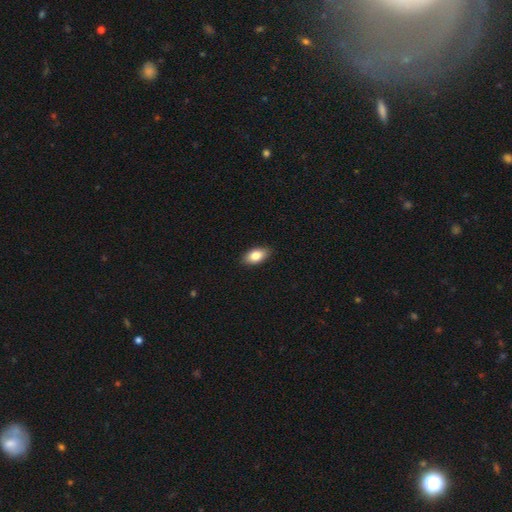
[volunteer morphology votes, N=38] Overall: smooth (79%). How rounded: in between (93%). Merging: none (89%).